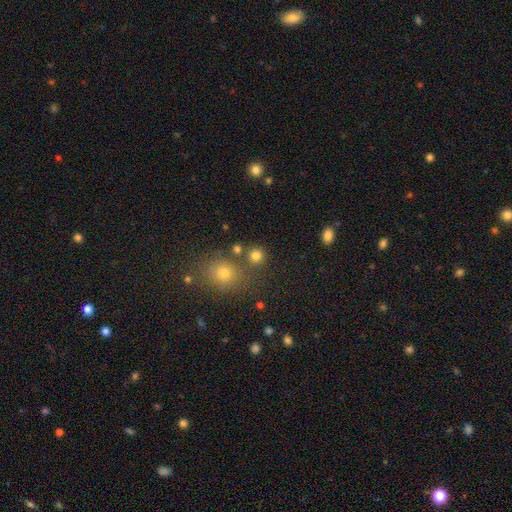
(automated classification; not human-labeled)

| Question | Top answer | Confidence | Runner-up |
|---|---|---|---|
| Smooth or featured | smooth | 79% | star or artifact (15%) |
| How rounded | round | 90% | in between (9%) |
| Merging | none | 76% | merger (12%) |